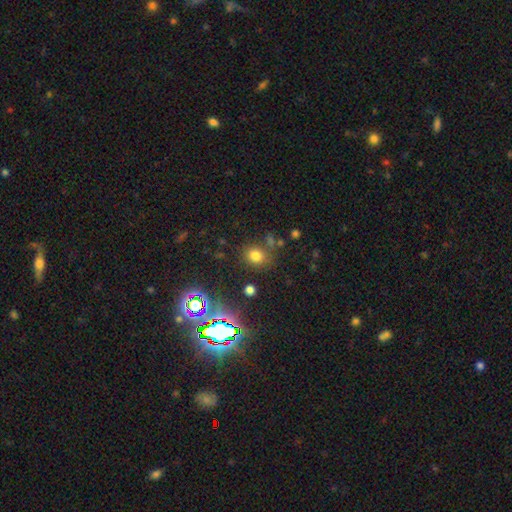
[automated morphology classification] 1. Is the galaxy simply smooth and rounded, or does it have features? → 73% smooth, 20% star or artifact, 7% featured or disk.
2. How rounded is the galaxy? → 67% round, 32% in between, 1% cigar-shaped.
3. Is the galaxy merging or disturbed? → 75% none, 12% minor disturbance, 7% merger, 5% major disturbance.